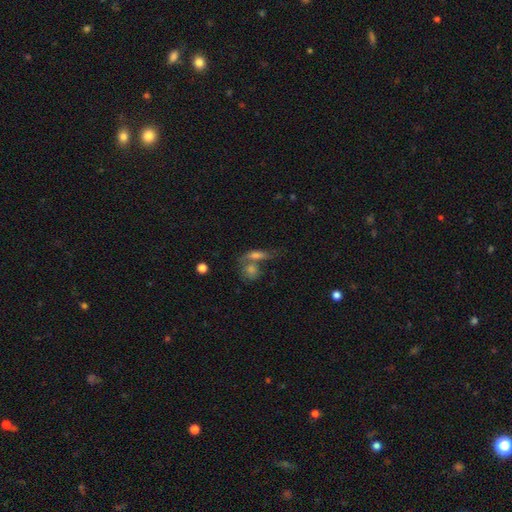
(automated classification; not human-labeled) Smooth or featured?
  - smooth: 54% *
  - featured or disk: 32%
  - star or artifact: 14%
How rounded?
  - in between: 44% *
  - cigar-shaped: 38%
  - round: 18%
Merging?
  - none: 44% *
  - merger: 38%
  - minor disturbance: 11%
  - major disturbance: 7%